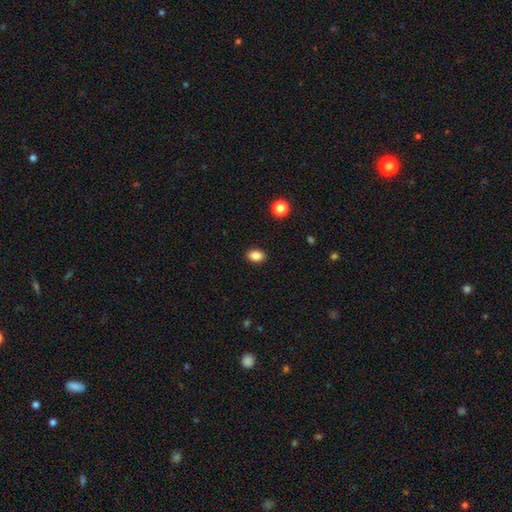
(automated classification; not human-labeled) The model was most divided on "how rounded": in between: 75%, round: 23%, cigar-shaped: 1%. More confident: merging — none (90%); smooth or featured — smooth (86%).